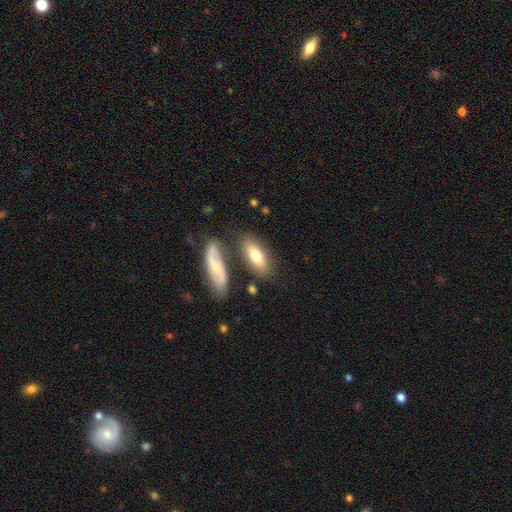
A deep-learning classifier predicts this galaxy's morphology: The model was most divided on "smooth or featured": smooth: 72%, featured or disk: 22%, star or artifact: 6%. More confident: how rounded — in between (78%); merging — none (71%).